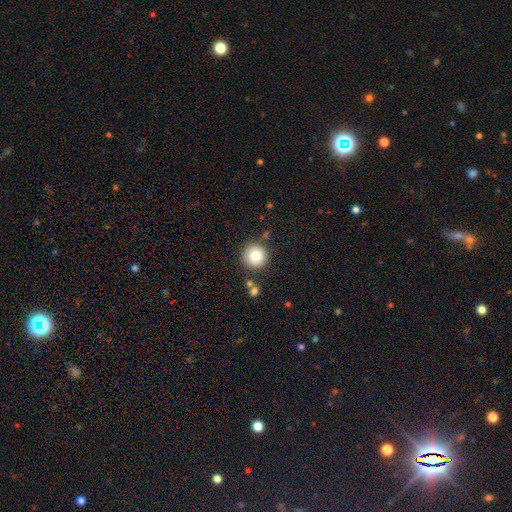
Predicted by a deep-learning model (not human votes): This appears to be a smooth galaxy with no disk features (80%) that is round (95%). Merging: none (83%).